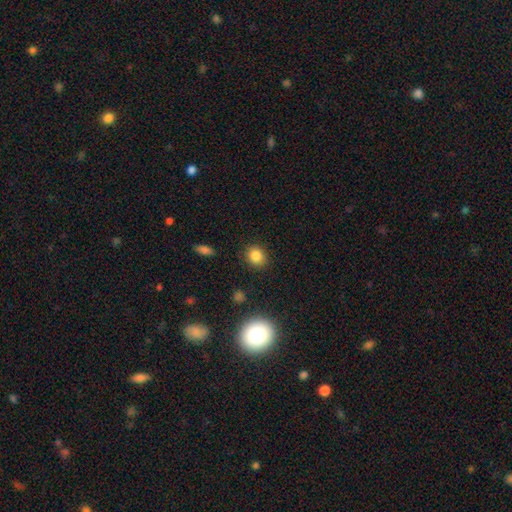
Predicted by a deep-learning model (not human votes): smooth-or-featured: smooth: 83% | star or artifact: 12% | featured or disk: 5%
  how-rounded: round: 76% | in between: 23% | cigar-shaped: 1%
  merging: none: 88% | minor disturbance: 8% | major disturbance: 3% | merger: 1%